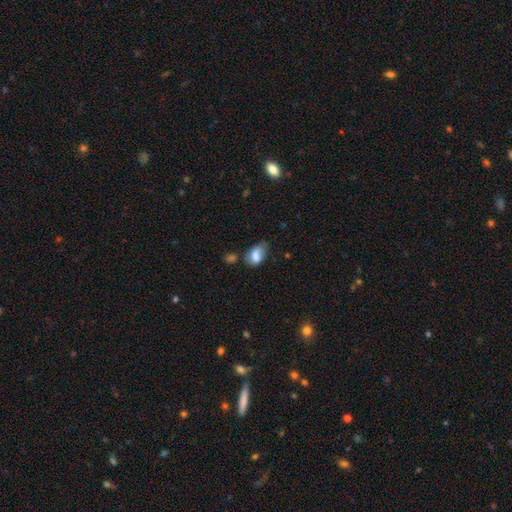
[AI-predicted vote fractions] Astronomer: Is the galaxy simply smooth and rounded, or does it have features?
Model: smooth — 75%.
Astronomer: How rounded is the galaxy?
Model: in between — 86%.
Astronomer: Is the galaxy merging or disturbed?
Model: none — 40% (runner-up: minor disturbance, 38%).